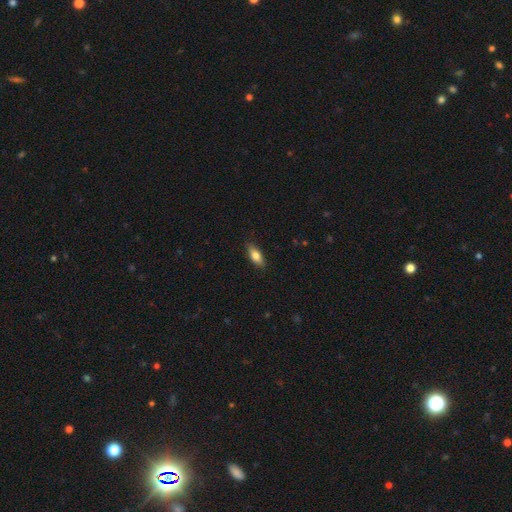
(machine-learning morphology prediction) This appears to be a smooth galaxy with no disk features (78%) that is in between round and cigar-shaped (76%). Merging: none (86%).